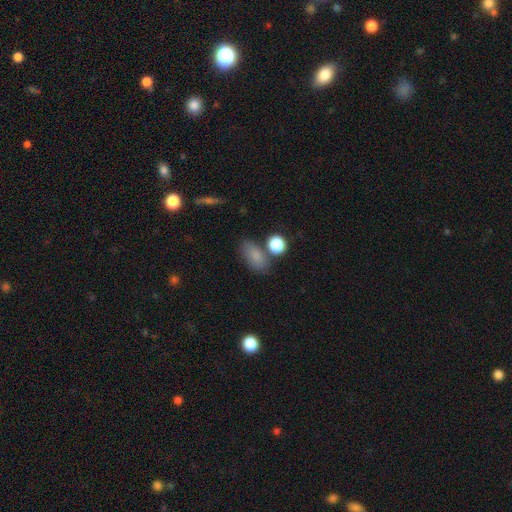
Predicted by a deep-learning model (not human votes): Smooth or featured? smooth (82%)
How rounded? in between (85%)
Merging? none (67%)